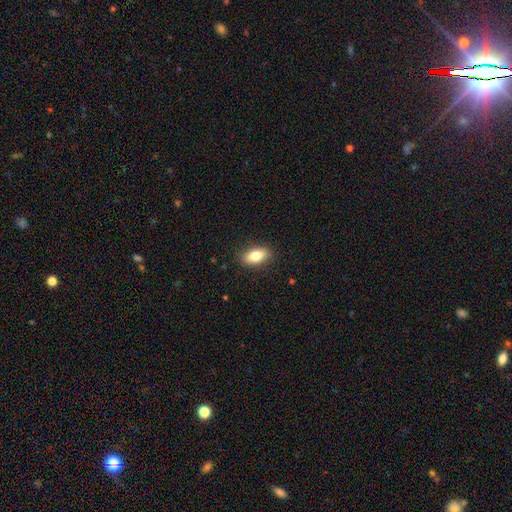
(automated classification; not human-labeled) This is clearly a smooth galaxy (81%). How rounded: clearly in between (88%). Merging: clearly none (87%).